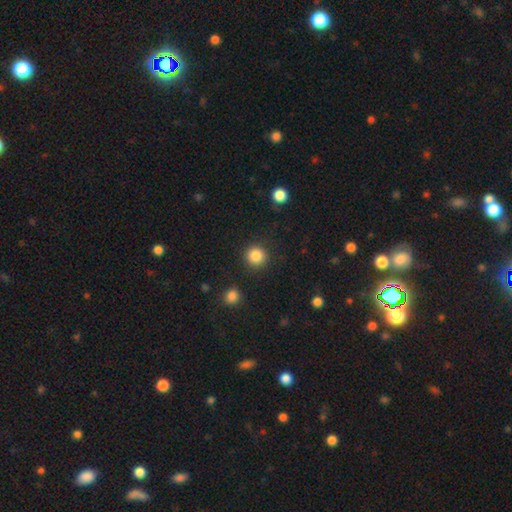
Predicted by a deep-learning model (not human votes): Smooth or featured?
  - smooth: 86% *
  - star or artifact: 10%
  - featured or disk: 4%
How rounded?
  - round: 94% *
  - in between: 5%
  - cigar-shaped: 1%
Merging?
  - none: 90% *
  - minor disturbance: 6%
  - major disturbance: 3%
  - merger: 2%